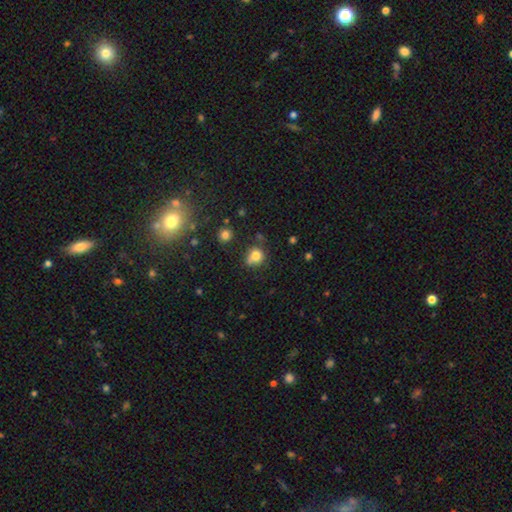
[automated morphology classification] Smooth or featured? Predicted: smooth (p=0.76). How rounded? Predicted: round (p=0.74). Merging? Predicted: none (p=0.53).